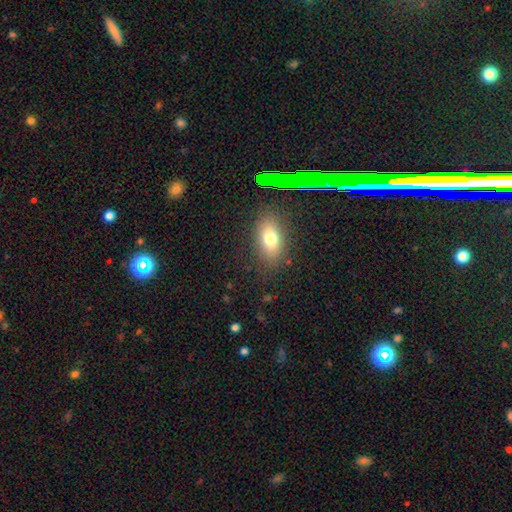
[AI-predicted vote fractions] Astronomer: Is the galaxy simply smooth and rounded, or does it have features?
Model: smooth — 48% (runner-up: star or artifact, 30%).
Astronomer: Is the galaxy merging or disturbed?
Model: none — 80%.